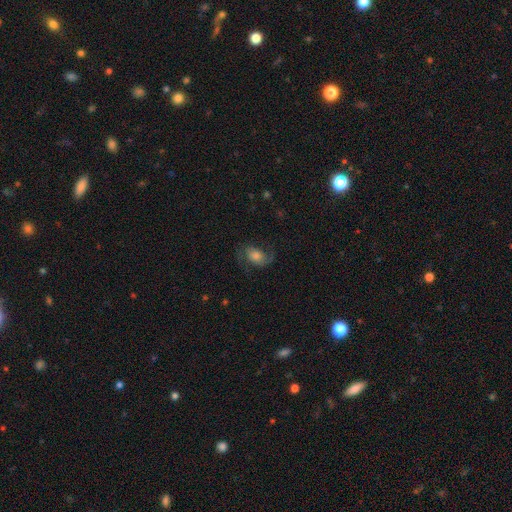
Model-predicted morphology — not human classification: smooth-or-featured: featured or disk: 67% | smooth: 23% | star or artifact: 11%
  disk-edge-on: no: 97% | yes: 3%
    bar: no: 65% | weak: 29% | strong: 6%
    has-spiral-arms: yes: 93% | no: 7%
      spiral-winding: medium: 45% | loose: 41% | tight: 14%
      spiral-arm-count: 2: 88% | can't tell: 4% | 1: 4% | 3: 1% | 4: 1% | more than 4: 1%
    bulge-size: moderate: 42% | large: 24% | small: 22% | none: 7% | dominant: 5%
  merging: none: 69% | minor disturbance: 17% | major disturbance: 13% | merger: 1%